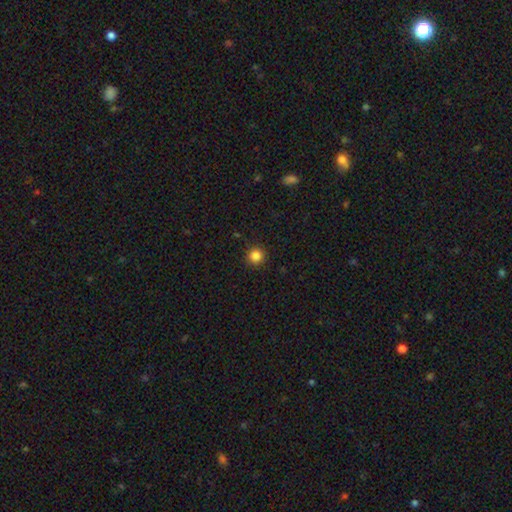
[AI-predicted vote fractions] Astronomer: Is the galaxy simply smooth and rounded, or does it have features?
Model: smooth — 85%.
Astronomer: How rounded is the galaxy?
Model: round — 95%.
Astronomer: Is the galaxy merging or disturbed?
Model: none — 92%.